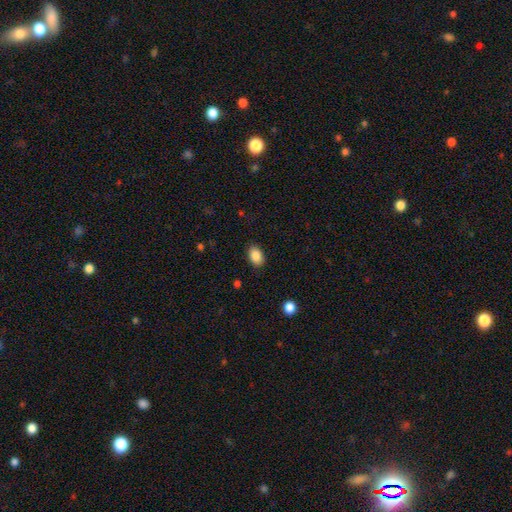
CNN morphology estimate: Smooth or featured?
  - smooth: 88% *
  - star or artifact: 8%
  - featured or disk: 4%
How rounded?
  - in between: 85% *
  - round: 14%
  - cigar-shaped: 1%
Merging?
  - none: 86% *
  - minor disturbance: 10%
  - major disturbance: 2%
  - merger: 1%